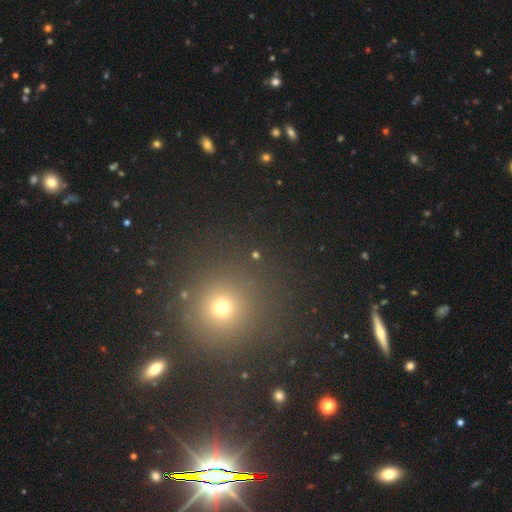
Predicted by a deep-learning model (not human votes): Q: Smooth or featured?
A: smooth (55%); runner-up: star or artifact (38%)
Q: How rounded?
A: round (92%); runner-up: in between (7%)
Q: Merging?
A: none (88%); runner-up: minor disturbance (6%)